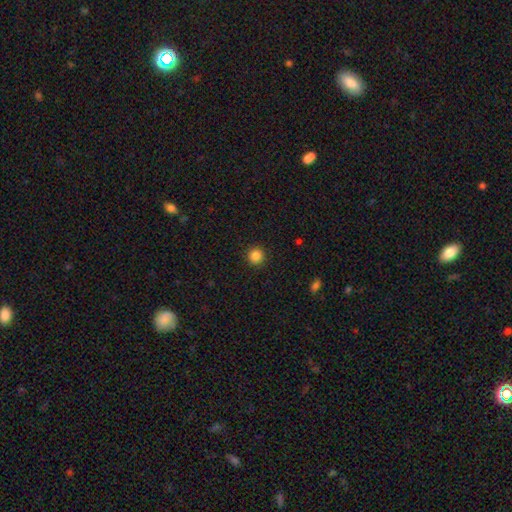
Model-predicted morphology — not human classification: A smooth galaxy with no disk features (86%) that is round (95%).

Vote fractions:
- Smooth or featured? smooth: 86% / star or artifact: 11% / featured or disk: 3%
- How rounded? round: 95% / in between: 4% / cigar-shaped: 1%
- Merging? none: 93% / minor disturbance: 5% / major disturbance: 2% / merger: 1%